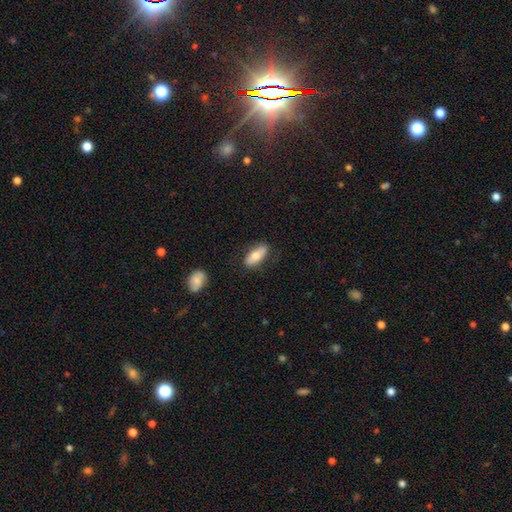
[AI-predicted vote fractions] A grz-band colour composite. It shows a smooth galaxy with no disk features (70%) that is in between round and cigar-shaped (80%). Merging: none (79%).